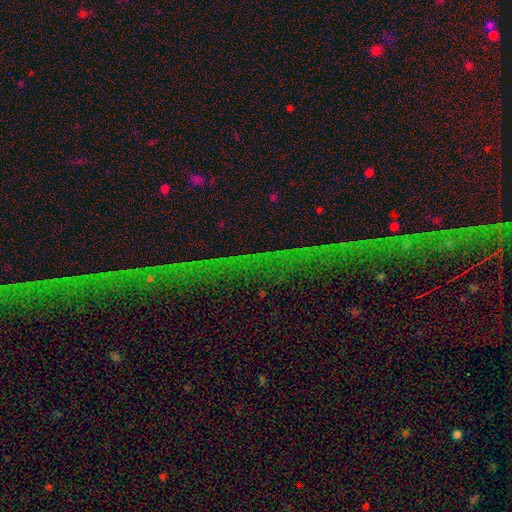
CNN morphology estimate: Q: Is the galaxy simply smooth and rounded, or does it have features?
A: star or artifact — 78%.